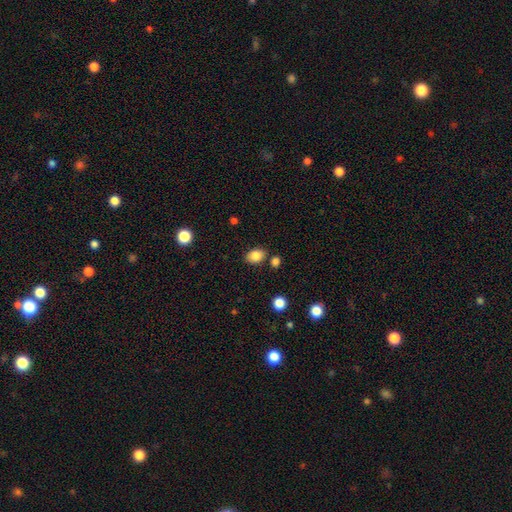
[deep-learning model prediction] smooth-or-featured: smooth: 84% | star or artifact: 9% | featured or disk: 6%
  how-rounded: in between: 76% | round: 23% | cigar-shaped: 1%
  merging: none: 80% | minor disturbance: 11% | merger: 6% | major disturbance: 3%